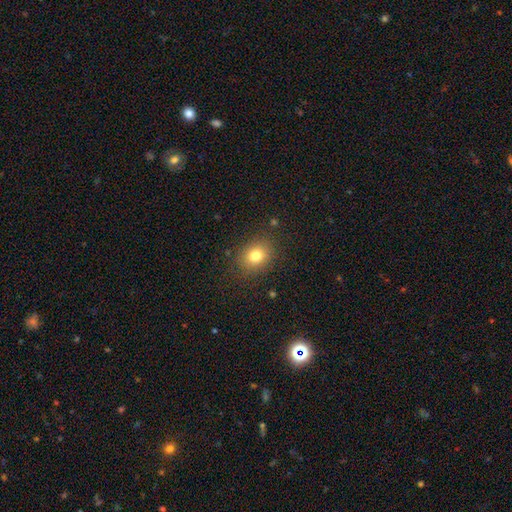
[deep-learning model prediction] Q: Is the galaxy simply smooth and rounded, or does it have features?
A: smooth — 78%.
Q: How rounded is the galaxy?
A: round — 54%.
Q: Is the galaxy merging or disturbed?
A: none — 85%.